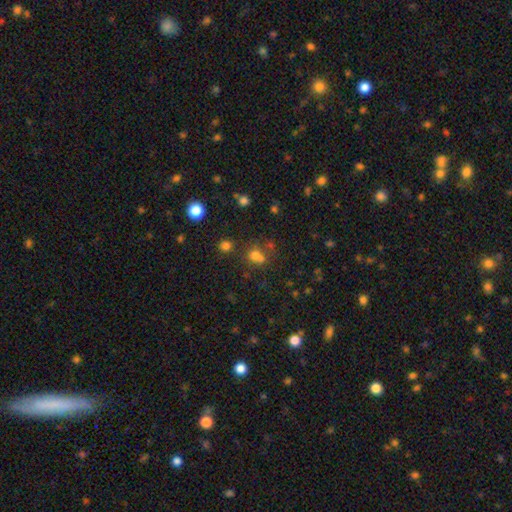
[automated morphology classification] A smooth galaxy with no disk features (65%) that is round (75%).

Vote fractions:
- Smooth or featured? smooth: 65% / star or artifact: 23% / featured or disk: 12%
- How rounded? round: 75% / in between: 24% / cigar-shaped: 1%
- Merging? none: 46% / merger: 39% / minor disturbance: 10% / major disturbance: 5%